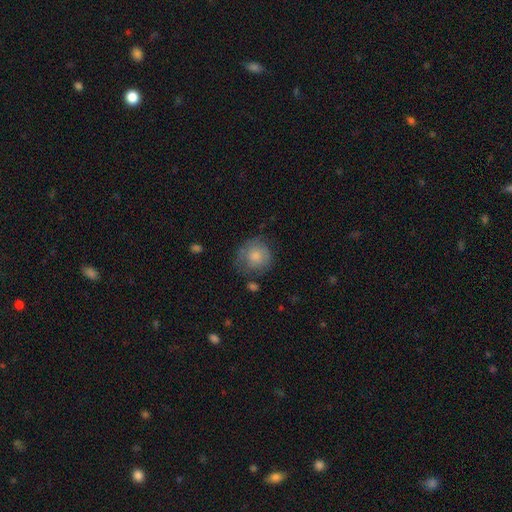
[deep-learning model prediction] The model was most divided on "merging": none: 59%, minor disturbance: 27%, major disturbance: 11%, merger: 3%. More confident: how rounded — round (87%); smooth or featured — smooth (76%).